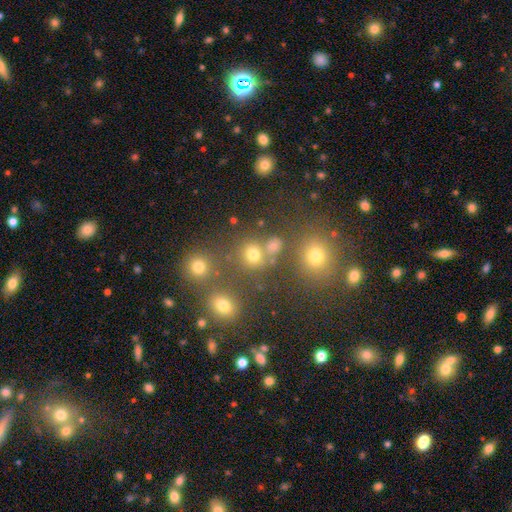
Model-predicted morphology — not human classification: smooth-or-featured: star or artifact: 49% | smooth: 41% | featured or disk: 10%